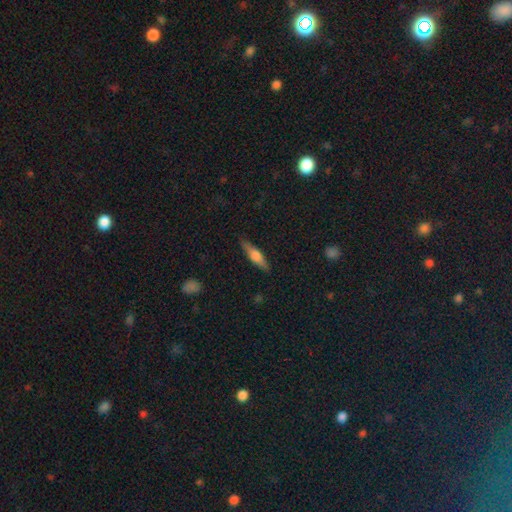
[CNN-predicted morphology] A smooth galaxy with no disk features (51%) that is cigar-shaped (72%).

Vote fractions:
- Smooth or featured? smooth: 51% / featured or disk: 43% / star or artifact: 6%
- How rounded? cigar-shaped: 72% / in between: 25% / round: 2%
- Merging? none: 87% / minor disturbance: 10% / major disturbance: 2% / merger: 1%